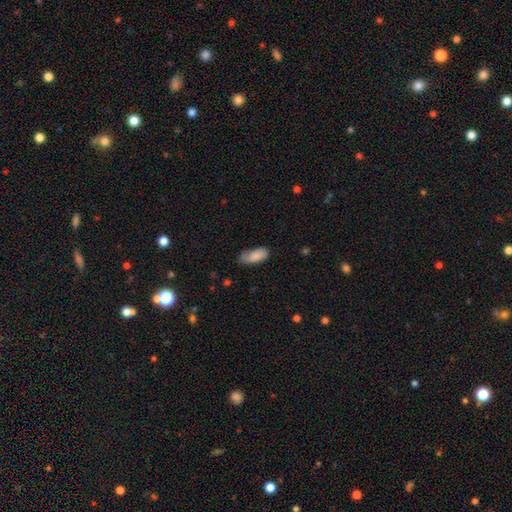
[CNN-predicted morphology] Smooth or featured: smooth — 84% (featured or disk — 10%)
How rounded: in between — 85% (cigar-shaped — 13%)
Merging: none — 59% (minor disturbance — 31%)